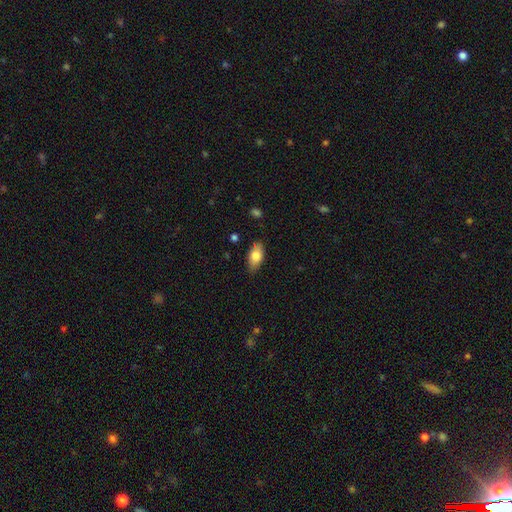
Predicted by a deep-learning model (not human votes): This is likely a smooth galaxy (79%). How rounded: clearly in between (90%). Merging: clearly none (82%).